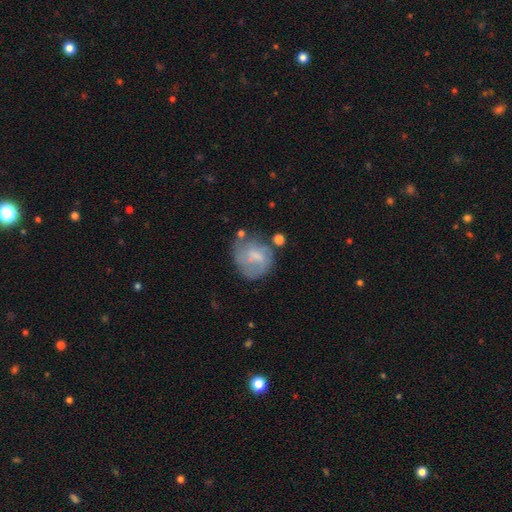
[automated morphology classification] Smooth or featured?
  - smooth: 50% *
  - featured or disk: 41%
  - star or artifact: 9%
How rounded?
  - round: 73% *
  - in between: 26%
  - cigar-shaped: 1%
Merging?
  - none: 48% *
  - minor disturbance: 25%
  - major disturbance: 19%
  - merger: 8%